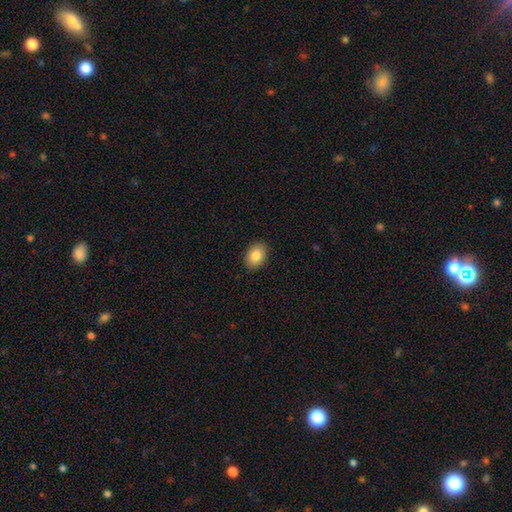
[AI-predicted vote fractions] Smooth or featured: smooth — 85% (star or artifact — 8%)
How rounded: in between — 74% (round — 25%)
Merging: none — 89% (minor disturbance — 8%)